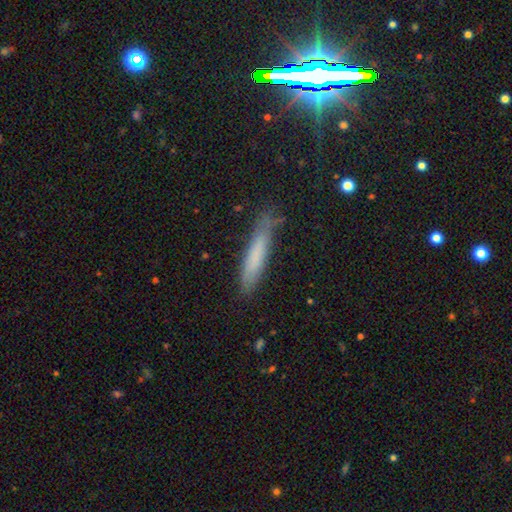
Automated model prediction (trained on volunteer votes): Morphology: type=smooth (72%); roundness=cigar-shaped (89%); merging=none (75%).